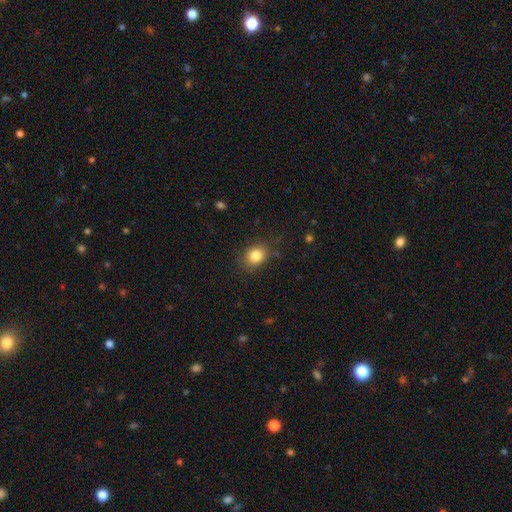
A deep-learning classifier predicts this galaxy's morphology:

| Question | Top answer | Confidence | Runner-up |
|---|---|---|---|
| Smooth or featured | smooth | 83% | star or artifact (11%) |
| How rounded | round | 63% | in between (36%) |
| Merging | none | 83% | minor disturbance (12%) |